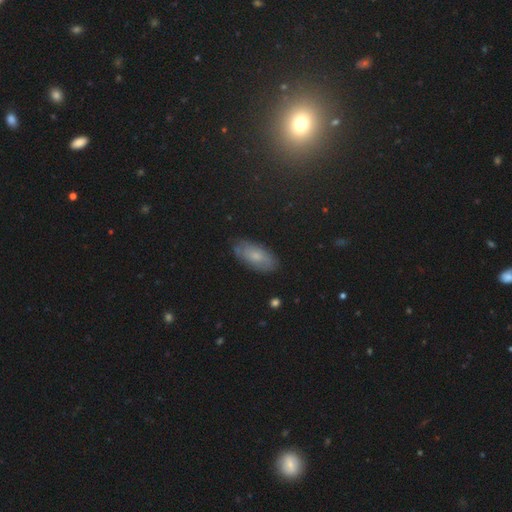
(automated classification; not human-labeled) Overall: smooth (58%; featured or disk 30%). How rounded: in between (89%). Merging: none (80%).